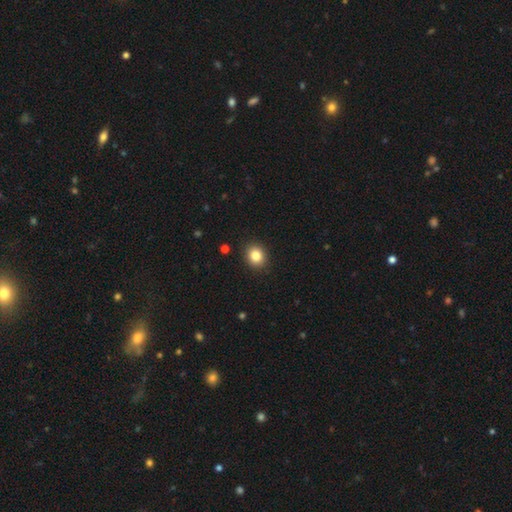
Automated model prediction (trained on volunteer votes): smooth 84%, star or artifact 10%, featured or disk 6%. Down the decision tree: how rounded — round (72%); merging — none (91%).